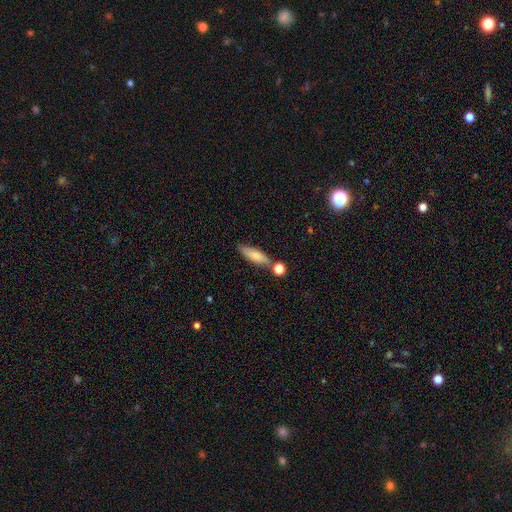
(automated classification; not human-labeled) This appears to be a smooth galaxy with no disk features (76%) that is cigar-shaped (51%). Merging: none (65%).